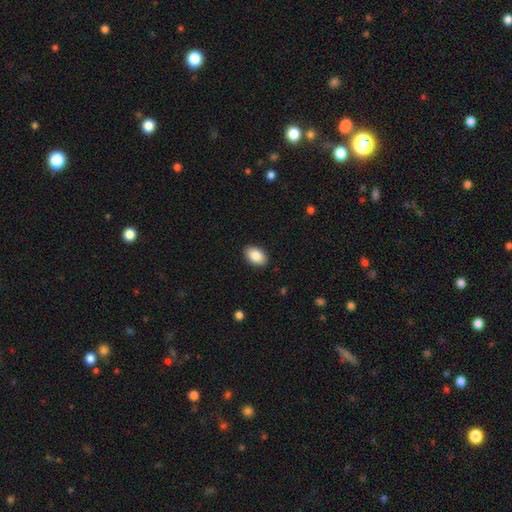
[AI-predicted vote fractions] This is clearly a smooth galaxy (88%). How rounded: clearly in between (89%). Merging: clearly none (90%).